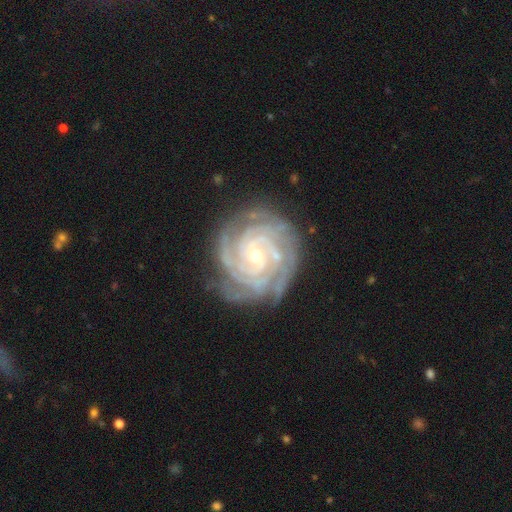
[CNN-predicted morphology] Smooth or featured?
  - featured or disk: 92% *
  - star or artifact: 4%
  - smooth: 4%
Edge-on disk?
  - no: 98% *
  - yes: 2%
Bar?
  - no: 56% *
  - weak: 32%
  - strong: 12%
Spiral arms?
  - yes: 99% *
  - no: 1%
Spiral winding?
  - tight: 84% *
  - medium: 14%
  - loose: 2%
Spiral arm count?
  - 4: 31% *
  - 3: 22%
  - can't tell: 16%
  - 2: 13%
  - more than 4: 12%
  - 1: 7%
Bulge size?
  - small: 68% *
  - moderate: 29%
  - large: 1%
  - none: 1%
  - dominant: 1%
Merging?
  - none: 79% *
  - minor disturbance: 15%
  - major disturbance: 4%
  - merger: 1%